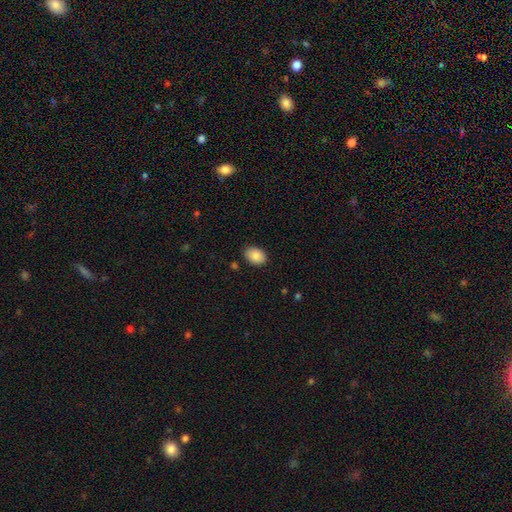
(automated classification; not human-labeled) smooth-or-featured: smooth: 88% | star or artifact: 7% | featured or disk: 5%
  how-rounded: in between: 78% | round: 21% | cigar-shaped: 1%
  merging: none: 87% | minor disturbance: 10% | major disturbance: 2% | merger: 1%